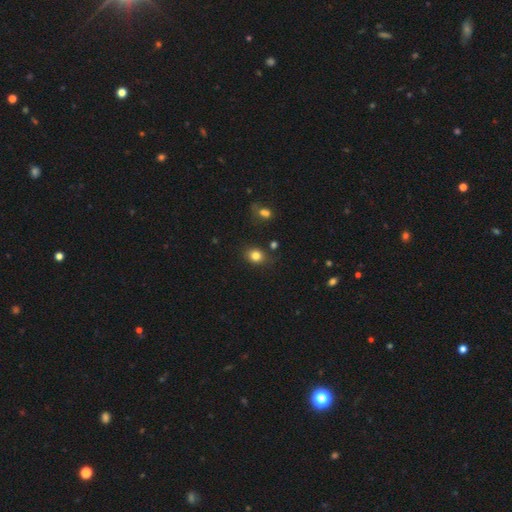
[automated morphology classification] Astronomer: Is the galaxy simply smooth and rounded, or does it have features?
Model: smooth — 82%.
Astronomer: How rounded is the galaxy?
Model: round — 53% (runner-up: in between, 46%).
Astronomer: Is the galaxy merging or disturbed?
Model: none — 80%.